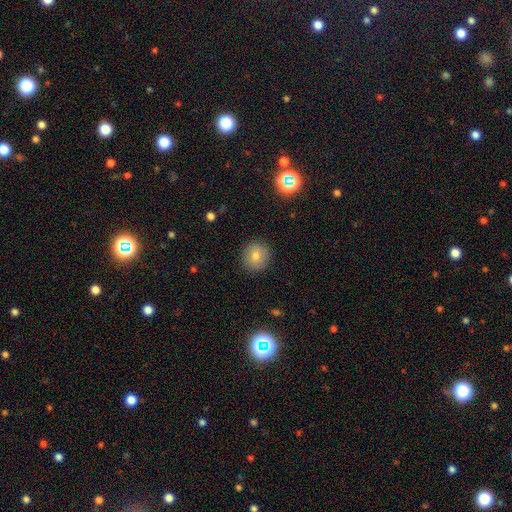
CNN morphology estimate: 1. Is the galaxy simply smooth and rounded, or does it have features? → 74% smooth, 15% star or artifact, 11% featured or disk.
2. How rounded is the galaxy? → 90% round, 9% in between, 1% cigar-shaped.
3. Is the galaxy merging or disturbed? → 90% none, 6% minor disturbance, 2% major disturbance, 1% merger.